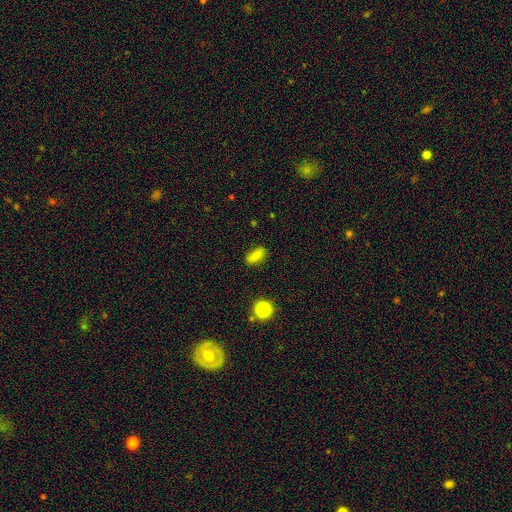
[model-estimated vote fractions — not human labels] Smooth or featured? smooth (79%)
How rounded? in between (82%)
Merging? none (83%)